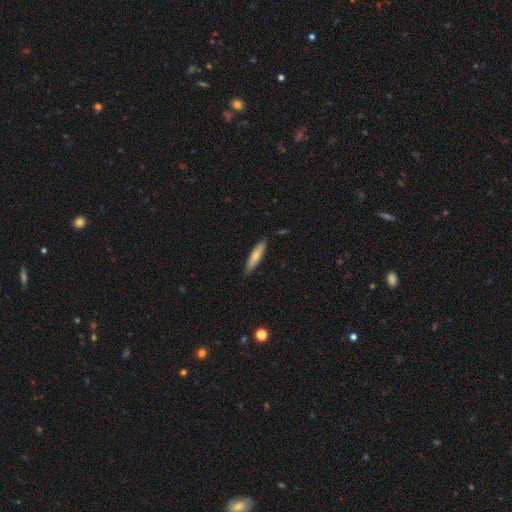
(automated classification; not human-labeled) smooth-or-featured: smooth: 71% | featured or disk: 23% | star or artifact: 6%
  how-rounded: cigar-shaped: 81% | in between: 18% | round: 1%
  merging: none: 86% | minor disturbance: 11% | major disturbance: 2% | merger: 1%